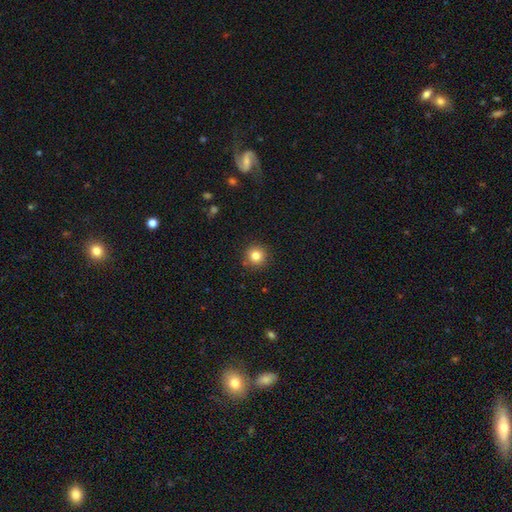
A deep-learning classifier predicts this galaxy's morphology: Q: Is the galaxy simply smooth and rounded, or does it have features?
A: smooth — 83%.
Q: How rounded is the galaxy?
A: round — 95%.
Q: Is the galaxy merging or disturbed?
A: none — 90%.